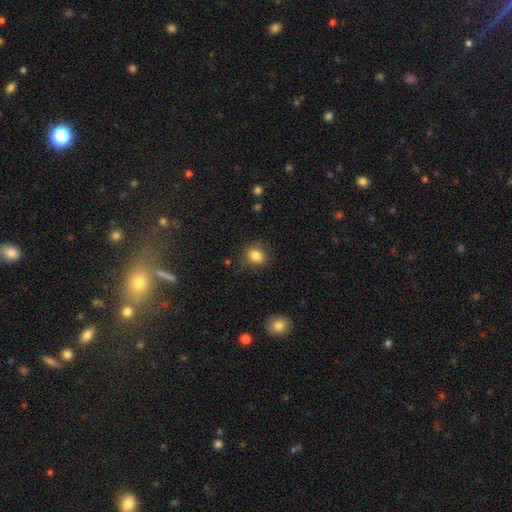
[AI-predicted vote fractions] smooth_or_featured: smooth (p=0.84) [alt: star or artifact p=0.10]
how_rounded: round (p=0.63) [alt: in between p=0.36]
merging: none (p=0.80) [alt: minor disturbance p=0.14]